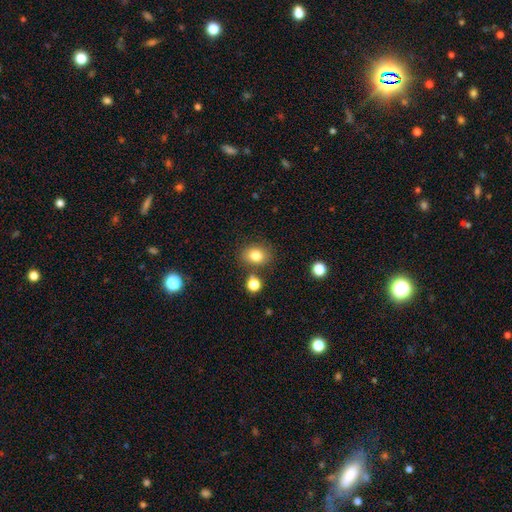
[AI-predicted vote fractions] Overall: smooth (81%). How rounded: in between (53%; round 46%). Merging: none (77%).